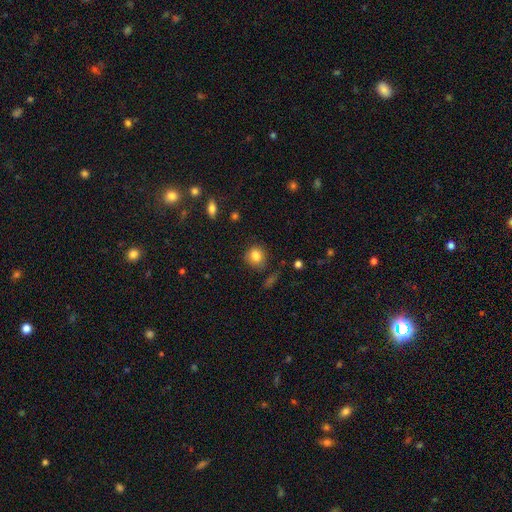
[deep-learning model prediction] This is clearly a smooth galaxy (83%). How rounded: clearly round (81%). Merging: likely none (79%).